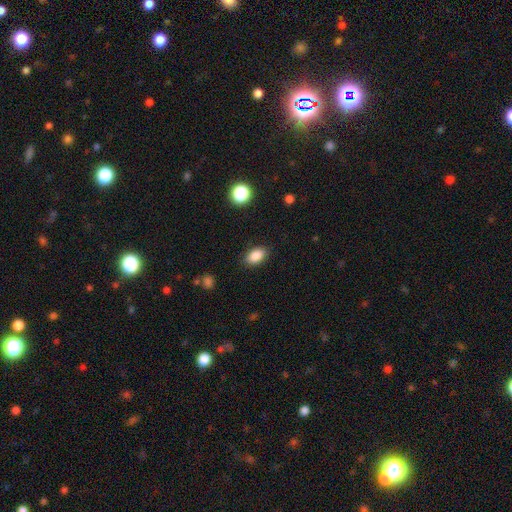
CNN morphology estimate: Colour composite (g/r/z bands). It shows a smooth galaxy with no disk features (88%) that is in between round and cigar-shaped (89%). Merging: none (87%).